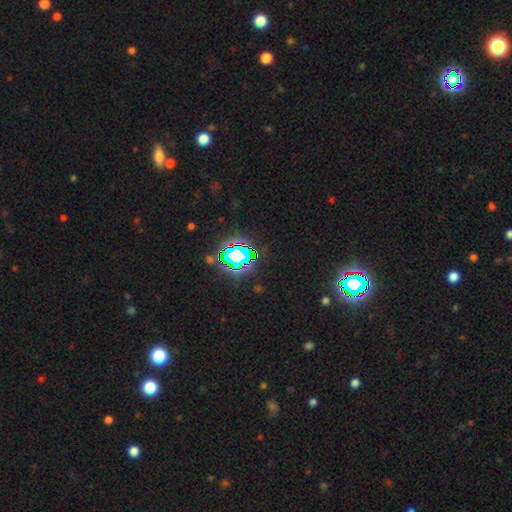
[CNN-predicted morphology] Smooth or featured?
  - star or artifact: 81% *
  - smooth: 12%
  - featured or disk: 7%